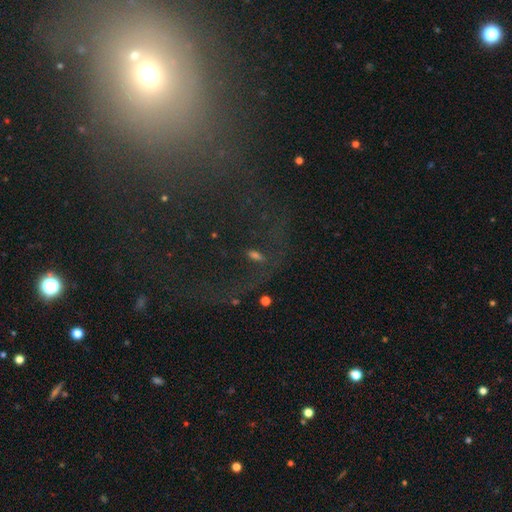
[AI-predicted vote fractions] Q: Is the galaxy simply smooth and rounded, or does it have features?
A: star or artifact — 49%.